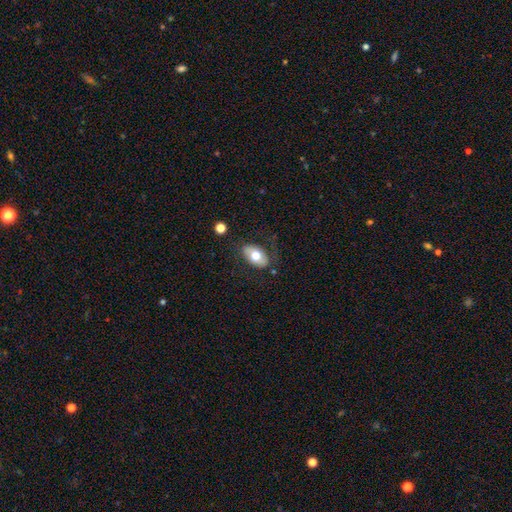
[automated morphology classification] Q: Smooth or featured?
A: smooth (65%); runner-up: featured or disk (29%)
Q: How rounded?
A: in between (92%); runner-up: round (6%)
Q: Merging?
A: none (74%); runner-up: minor disturbance (17%)